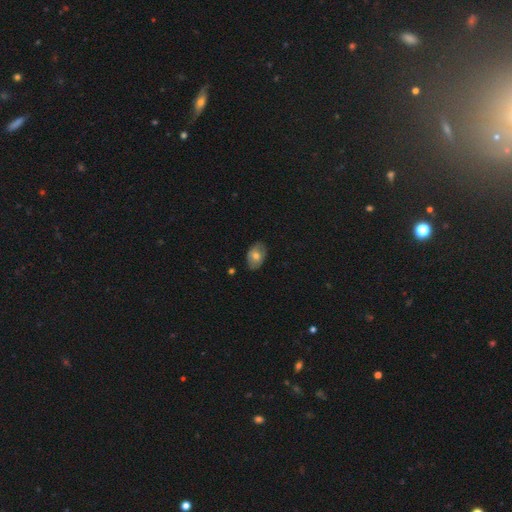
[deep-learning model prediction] Smooth or featured?
  - smooth: 65% *
  - featured or disk: 27%
  - star or artifact: 8%
How rounded?
  - in between: 86% *
  - round: 12%
  - cigar-shaped: 1%
Merging?
  - none: 81% *
  - minor disturbance: 16%
  - major disturbance: 3%
  - merger: 1%